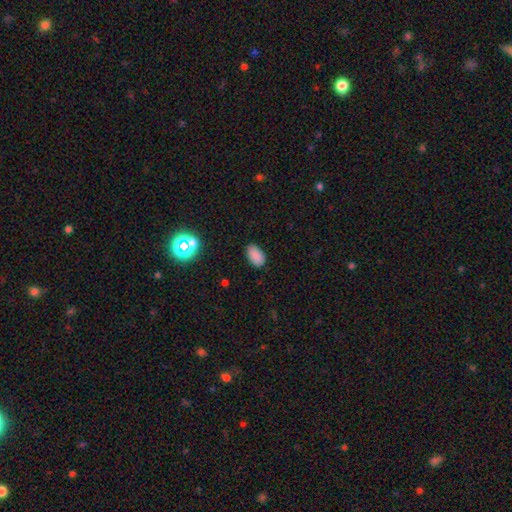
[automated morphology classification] Q: Smooth or featured?
A: smooth (84%); runner-up: star or artifact (12%)
Q: How rounded?
A: in between (93%); runner-up: round (6%)
Q: Merging?
A: none (84%); runner-up: minor disturbance (12%)